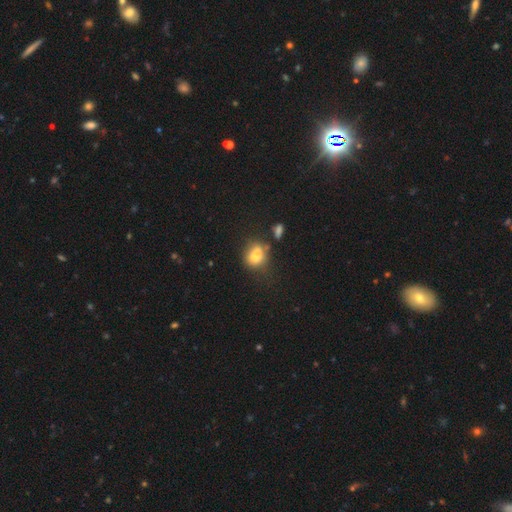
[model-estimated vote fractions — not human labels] Overall: smooth (74%). How rounded: in between (49%, tied with round). Merging: none (40%; merger 26%).